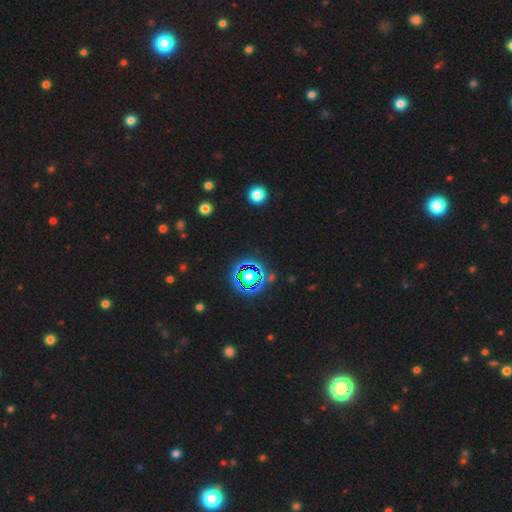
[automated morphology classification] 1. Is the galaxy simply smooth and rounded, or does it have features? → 76% star or artifact, 15% smooth, 8% featured or disk.